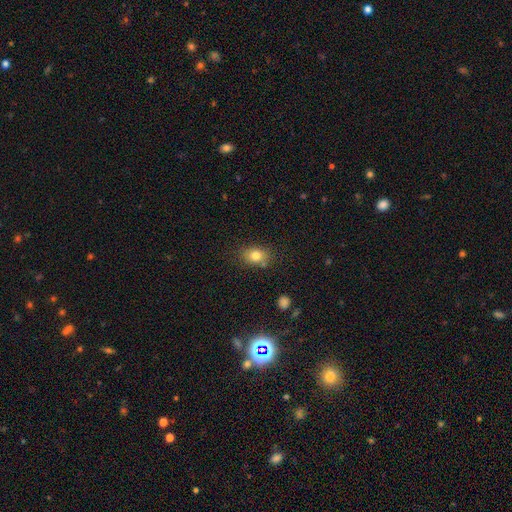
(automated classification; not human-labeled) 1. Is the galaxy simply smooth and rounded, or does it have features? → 80% smooth, 11% star or artifact, 9% featured or disk.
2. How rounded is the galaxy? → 65% in between, 33% round, 1% cigar-shaped.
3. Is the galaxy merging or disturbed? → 77% none, 15% minor disturbance, 5% merger, 4% major disturbance.